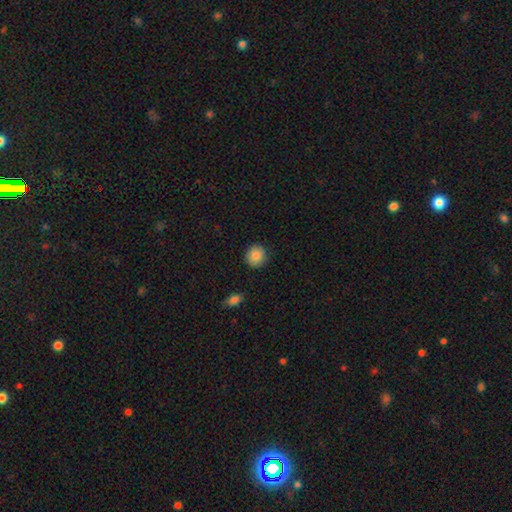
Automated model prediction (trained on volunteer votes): The model was most divided on "how rounded": round: 88%, in between: 11%, cigar-shaped: 1%. More confident: merging — none (89%); smooth or featured — smooth (88%).